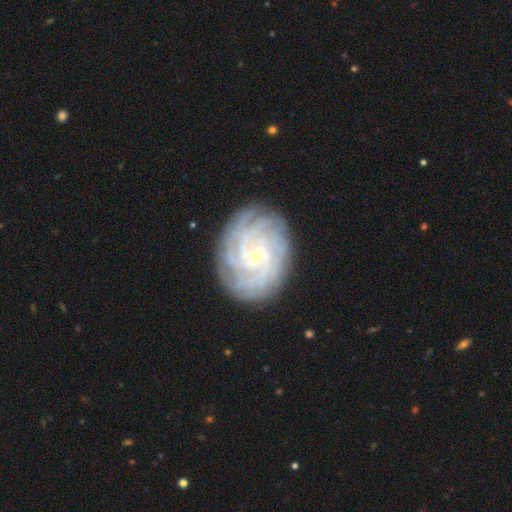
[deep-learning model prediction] Q: Smooth or featured?
A: featured or disk (86%); runner-up: smooth (8%)
Q: Edge-on disk?
A: no (97%); runner-up: yes (3%)
Q: Bar?
A: weak (51%); runner-up: no (35%)
Q: Spiral arms?
A: yes (97%); runner-up: no (3%)
Q: Spiral winding?
A: tight (81%); runner-up: medium (16%)
Q: Spiral arm count?
A: can't tell (29%); runner-up: 4 (23%)
Q: Bulge size?
A: small (80%); runner-up: moderate (15%)
Q: Merging?
A: none (84%); runner-up: minor disturbance (12%)